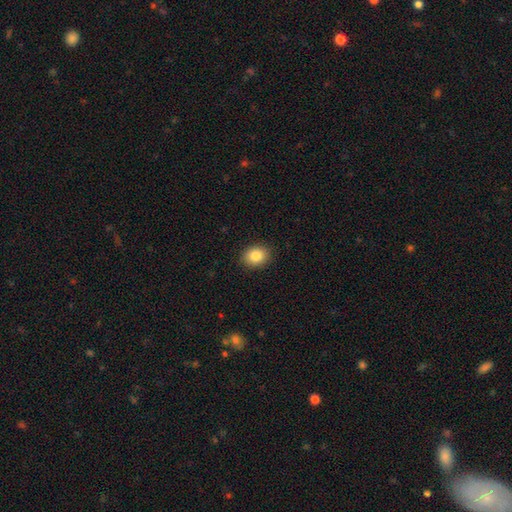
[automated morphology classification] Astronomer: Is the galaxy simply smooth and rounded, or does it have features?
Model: smooth — 86%.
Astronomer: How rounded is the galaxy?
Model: in between — 55% (runner-up: round, 44%).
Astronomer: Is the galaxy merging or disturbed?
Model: none — 89%.